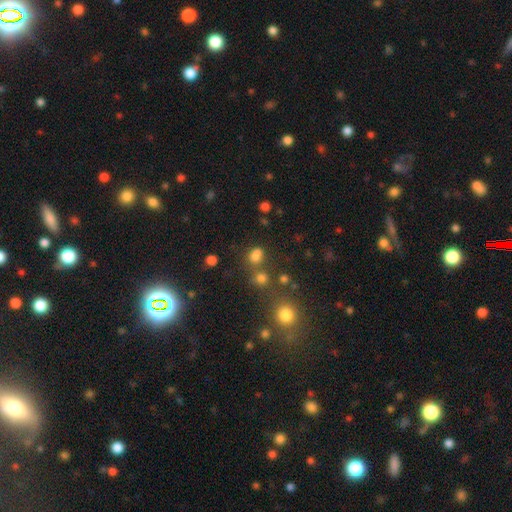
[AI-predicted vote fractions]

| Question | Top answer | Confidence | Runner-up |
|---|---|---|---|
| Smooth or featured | smooth | 70% | star or artifact (23%) |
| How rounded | round | 50% | in between (48%) |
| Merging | none | 55% | merger (25%) |